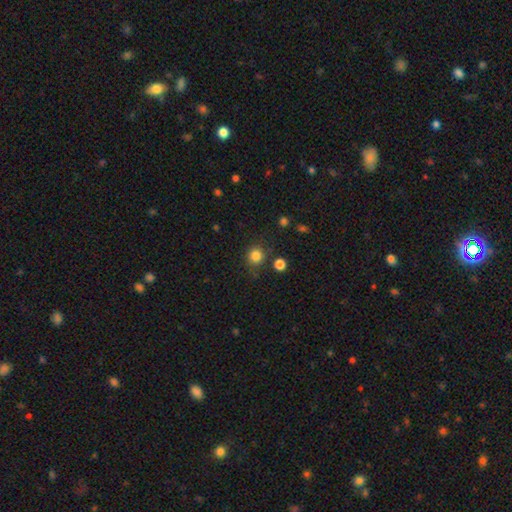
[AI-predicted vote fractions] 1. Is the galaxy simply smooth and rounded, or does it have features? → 83% smooth, 13% star or artifact, 4% featured or disk.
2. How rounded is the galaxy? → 89% round, 10% in between, 1% cigar-shaped.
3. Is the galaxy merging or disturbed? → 82% none, 10% minor disturbance, 5% merger, 4% major disturbance.